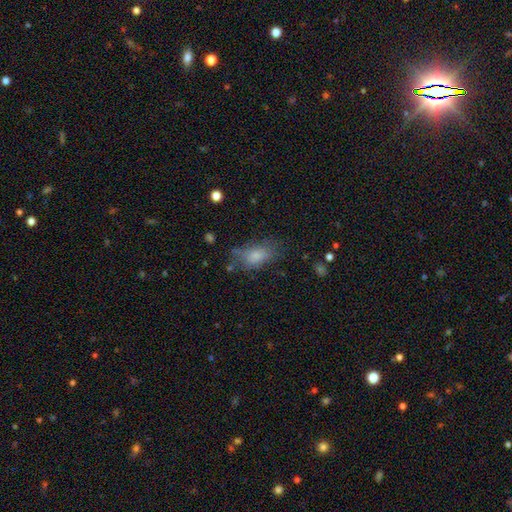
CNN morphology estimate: This is likely a smooth galaxy (75%). How rounded: clearly in between (86%). Merging: possibly none (54%).